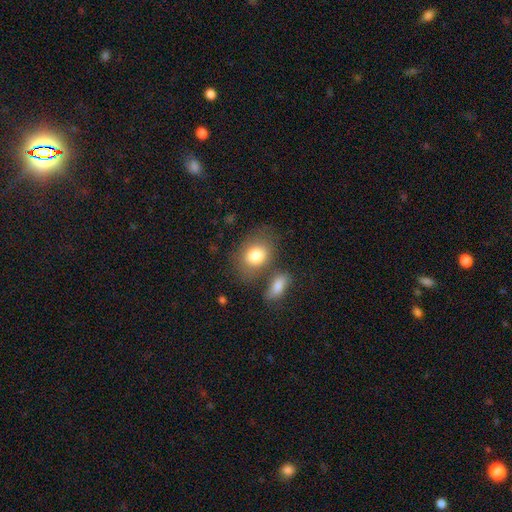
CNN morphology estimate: Smooth or featured: smooth — 81% (featured or disk — 12%)
How rounded: in between — 63% (round — 36%)
Merging: none — 61% (merger — 17%)